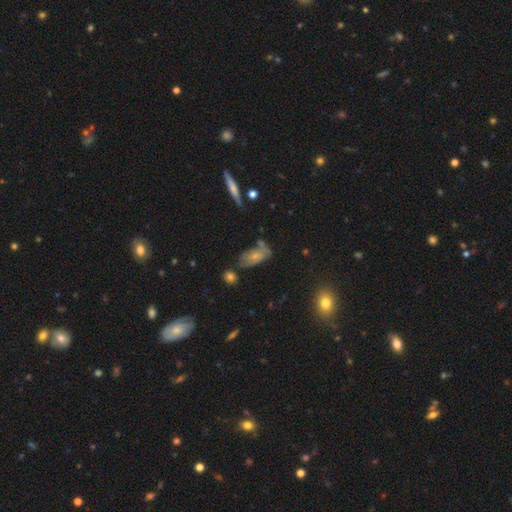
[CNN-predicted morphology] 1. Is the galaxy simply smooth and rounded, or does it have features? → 57% smooth, 32% featured or disk, 11% star or artifact.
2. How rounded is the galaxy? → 88% in between, 8% cigar-shaped, 4% round.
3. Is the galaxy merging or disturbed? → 48% none, 27% minor disturbance, 13% merger, 12% major disturbance.